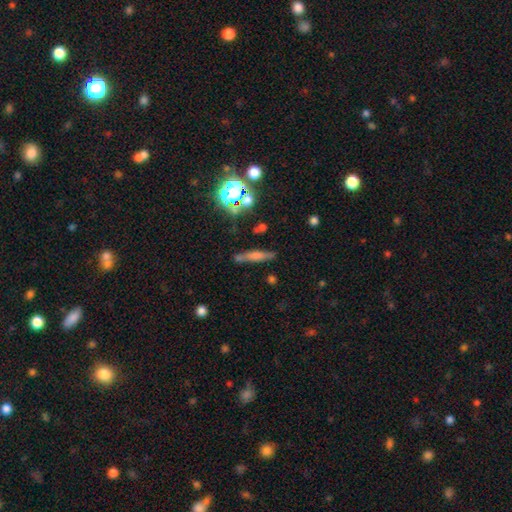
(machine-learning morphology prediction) This appears to be a smooth galaxy with no disk features (44%). Merging: none (79%).